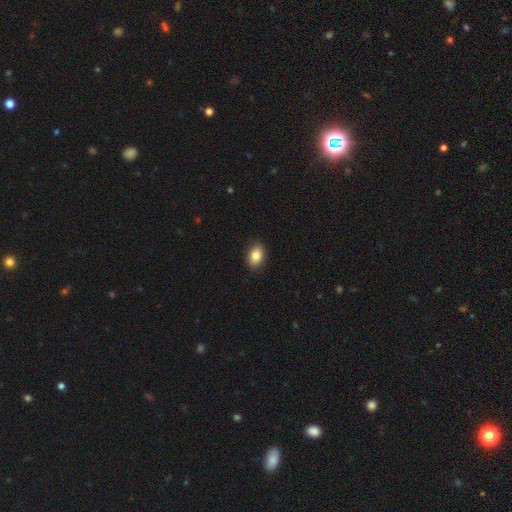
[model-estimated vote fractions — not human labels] smooth-or-featured: smooth: 85% | star or artifact: 8% | featured or disk: 7%
  how-rounded: in between: 80% | round: 19% | cigar-shaped: 1%
  merging: none: 89% | minor disturbance: 8% | major disturbance: 2% | merger: 1%